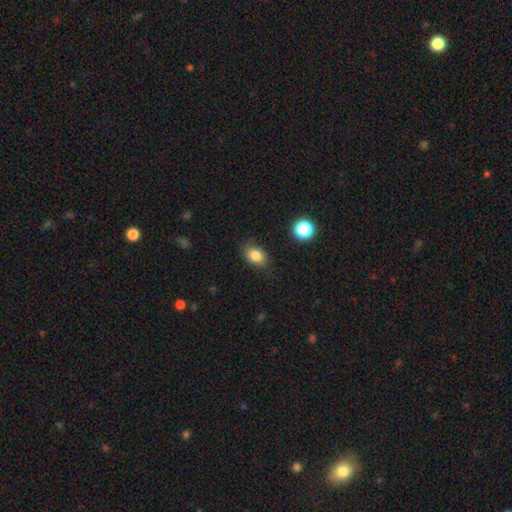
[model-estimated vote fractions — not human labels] smooth 83%, star or artifact 10%, featured or disk 7%. Down the decision tree: how rounded — in between (78%); merging — none (82%).